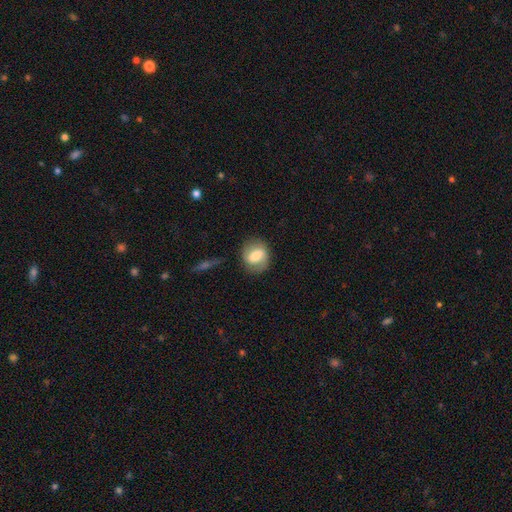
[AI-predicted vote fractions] Smooth or featured? Predicted: smooth (p=0.58). How rounded? Predicted: round (p=0.50). Merging? Predicted: none (p=0.72).